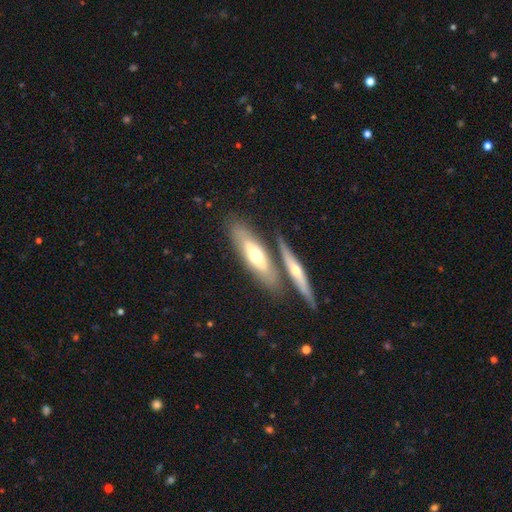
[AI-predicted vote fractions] Morphology: type=featured or disk (47%, tied with smooth); merging=none (61%).